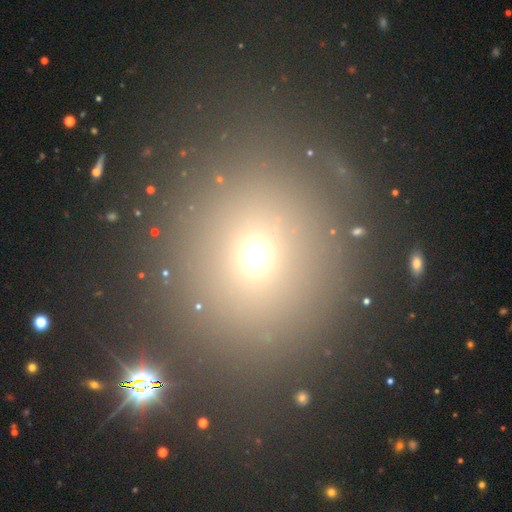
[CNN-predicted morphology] type=smooth (65%); roundness=round (83%); merging=none (81%).